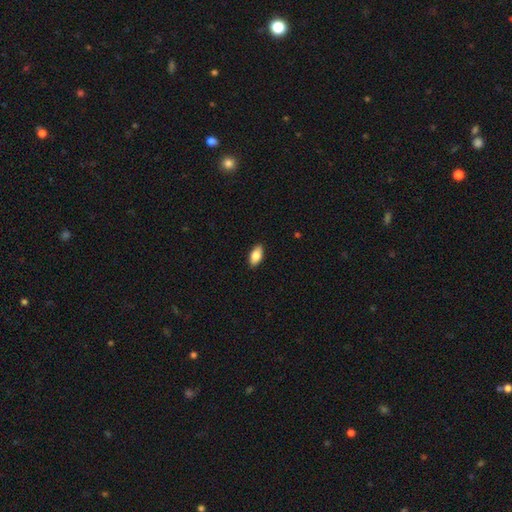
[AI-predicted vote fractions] Smooth or featured? Predicted: smooth (p=0.84). How rounded? Predicted: in between (p=0.90). Merging? Predicted: none (p=0.89).